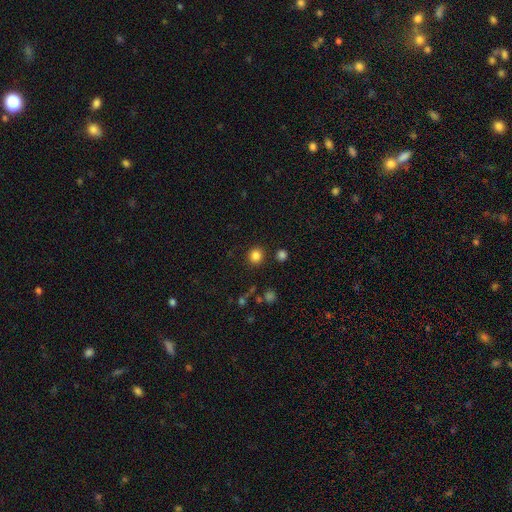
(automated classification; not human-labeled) Smooth or featured?
  - smooth: 83% *
  - star or artifact: 12%
  - featured or disk: 4%
How rounded?
  - round: 89% *
  - in between: 10%
  - cigar-shaped: 1%
Merging?
  - none: 89% *
  - minor disturbance: 6%
  - merger: 3%
  - major disturbance: 2%